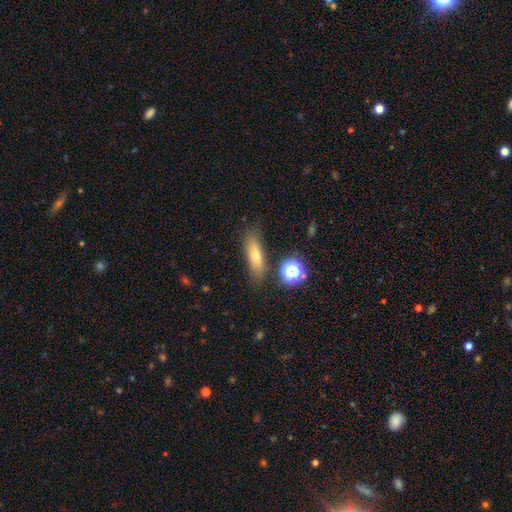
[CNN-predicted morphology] Smooth or featured?
  - smooth: 64% *
  - featured or disk: 23%
  - star or artifact: 12%
How rounded?
  - cigar-shaped: 57% *
  - in between: 37%
  - round: 6%
Merging?
  - none: 81% *
  - minor disturbance: 11%
  - merger: 4%
  - major disturbance: 3%